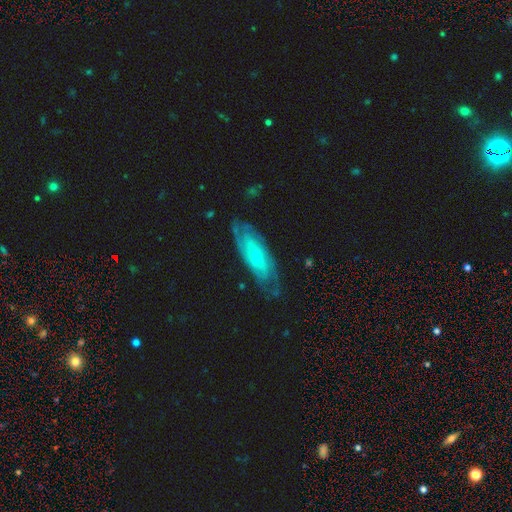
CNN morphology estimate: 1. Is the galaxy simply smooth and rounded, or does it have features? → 74% featured or disk, 21% smooth, 6% star or artifact.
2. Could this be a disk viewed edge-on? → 82% no, 18% yes.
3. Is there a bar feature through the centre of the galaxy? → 64% no, 28% weak, 8% strong.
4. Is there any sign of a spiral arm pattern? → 85% yes, 15% no.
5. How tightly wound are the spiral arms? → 61% tight, 30% medium, 10% loose.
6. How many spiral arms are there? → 52% can't tell, 29% 2, 8% 3, 4% 4, 4% 1, 3% more than 4.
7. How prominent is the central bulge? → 63% small, 33% moderate, 2% none, 2% large, 1% dominant.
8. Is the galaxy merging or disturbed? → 72% none, 20% minor disturbance, 7% major disturbance, 1% merger.